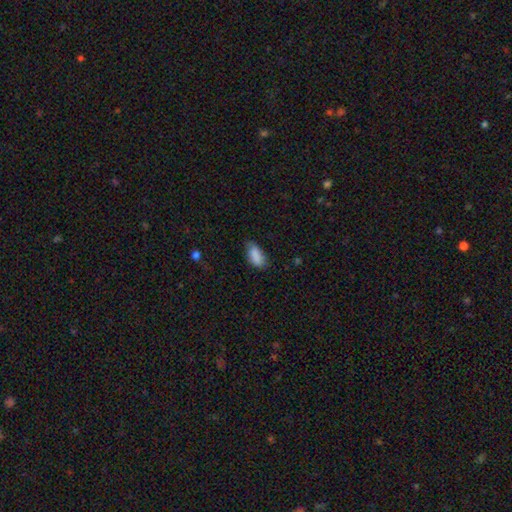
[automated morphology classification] smooth_or_featured: smooth (p=0.87) [alt: star or artifact p=0.07]
how_rounded: in between (p=0.91) [alt: cigar-shaped p=0.06]
merging: none (p=0.62) [alt: minor disturbance p=0.30]